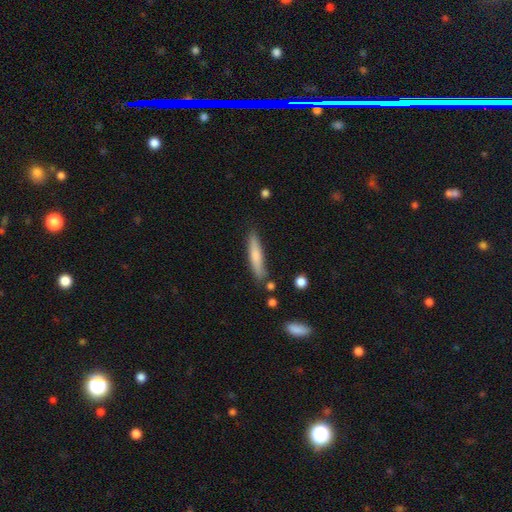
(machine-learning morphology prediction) Overall: smooth (72%). How rounded: cigar-shaped (89%). Merging: none (82%).